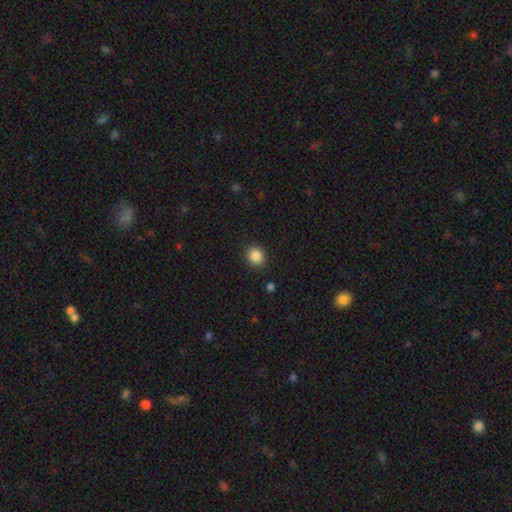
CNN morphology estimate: The model was most divided on "how rounded": round: 79%, in between: 20%, cigar-shaped: 1%. More confident: merging — none (89%); smooth or featured — smooth (86%).